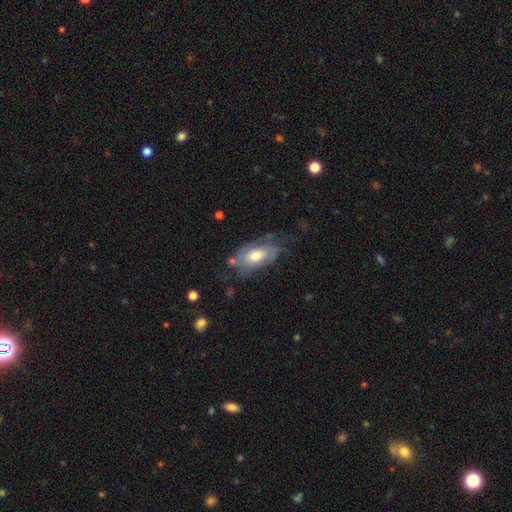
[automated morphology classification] A featured or disk galaxy (50%).

Vote fractions:
- Smooth or featured? featured or disk: 50% / smooth: 44% / star or artifact: 7%
- Merging? none: 52% / minor disturbance: 29% / major disturbance: 15% / merger: 4%